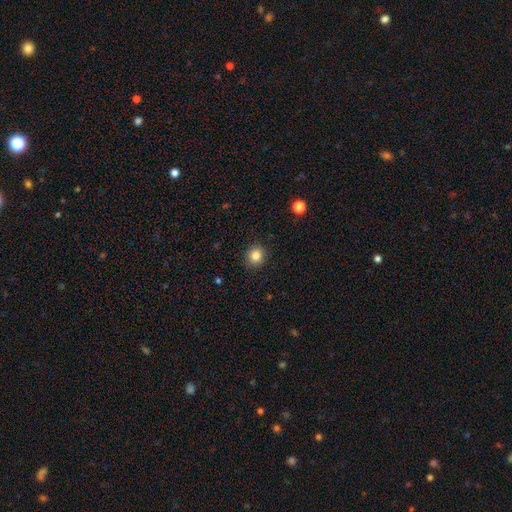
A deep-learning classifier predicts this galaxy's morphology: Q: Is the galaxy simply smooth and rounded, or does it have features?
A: smooth — 84%.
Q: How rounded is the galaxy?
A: round — 87%.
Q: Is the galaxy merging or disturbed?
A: none — 90%.